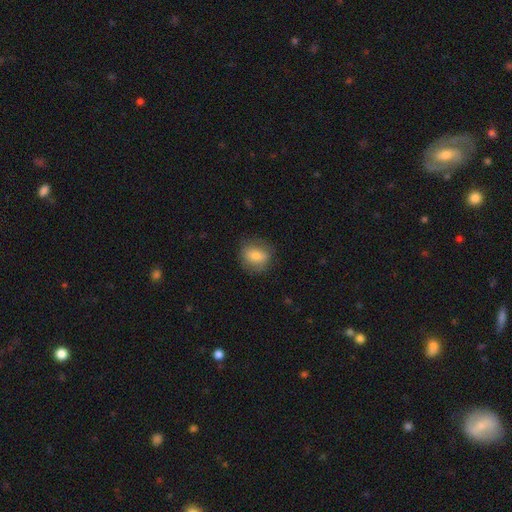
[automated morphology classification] smooth 76%, featured or disk 15%, star or artifact 9%. Down the decision tree: how rounded — round (60%); merging — none (80%).